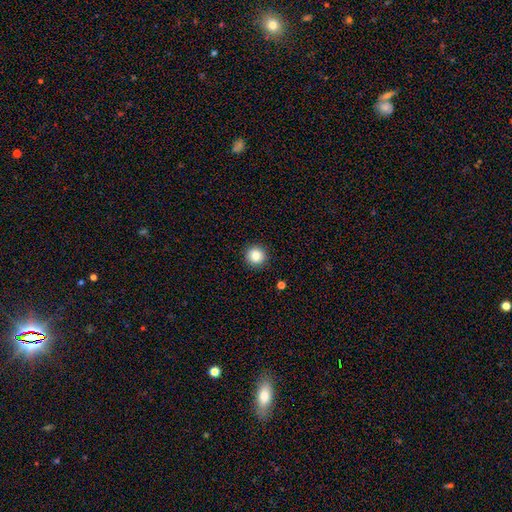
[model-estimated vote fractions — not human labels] A smooth galaxy with no disk features (84%) that is round (94%).

Vote fractions:
- Smooth or featured? smooth: 84% / star or artifact: 10% / featured or disk: 6%
- How rounded? round: 94% / in between: 5% / cigar-shaped: 1%
- Merging? none: 92% / minor disturbance: 5% / major disturbance: 2% / merger: 1%